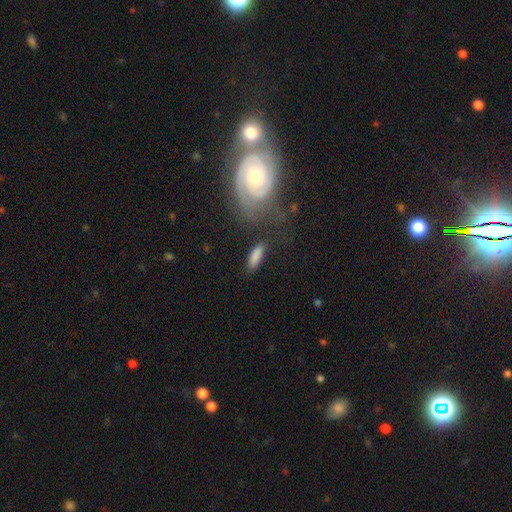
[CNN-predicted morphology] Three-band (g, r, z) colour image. It shows a smooth galaxy with no disk features (85%) that is in between round and cigar-shaped (59%). Merging: none (76%).